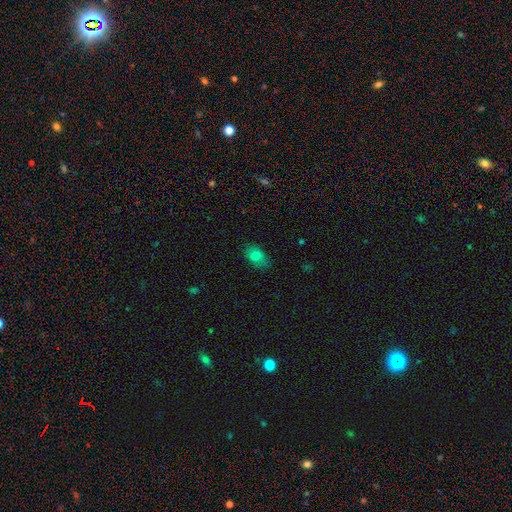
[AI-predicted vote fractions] This is likely a smooth galaxy (78%). How rounded: clearly in between (87%). Merging: clearly none (80%).